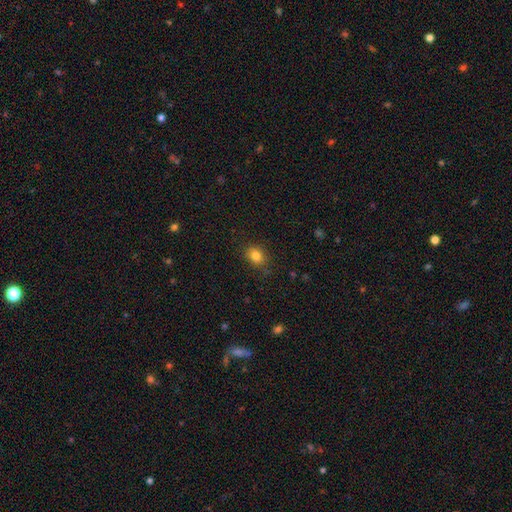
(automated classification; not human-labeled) Q: Smooth or featured?
A: smooth (83%); runner-up: star or artifact (11%)
Q: How rounded?
A: in between (53%); runner-up: round (46%)
Q: Merging?
A: none (84%); runner-up: minor disturbance (12%)